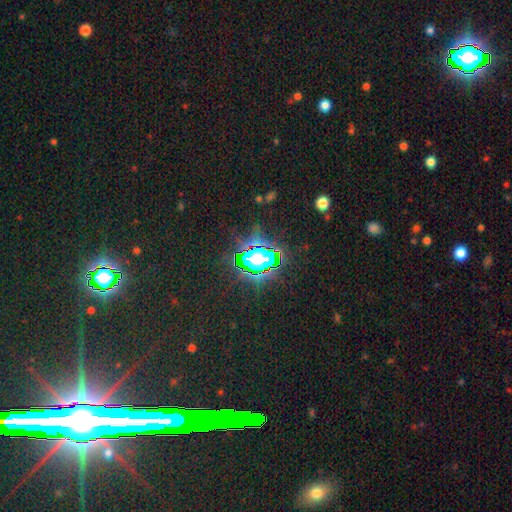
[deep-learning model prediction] smooth-or-featured: star or artifact: 70% | smooth: 19% | featured or disk: 11%